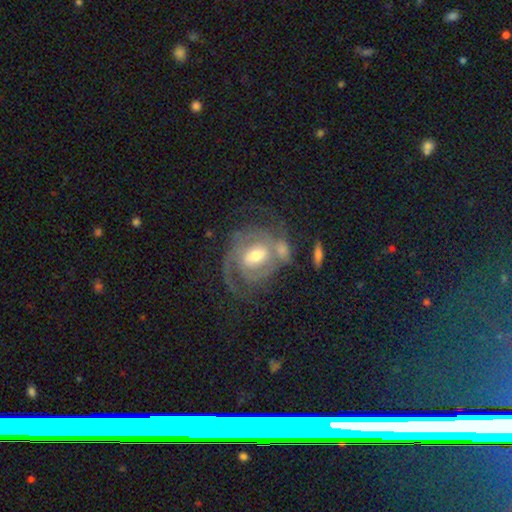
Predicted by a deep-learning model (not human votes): Smooth or featured? featured or disk (85%)
Edge-on disk? no (97%)
Bar? weak (52%)
Spiral arms? yes (92%)
Spiral winding? tight (53%)
Spiral arm count? 2 (49%)
Bulge size? moderate (67%)
Merging? none (48%)